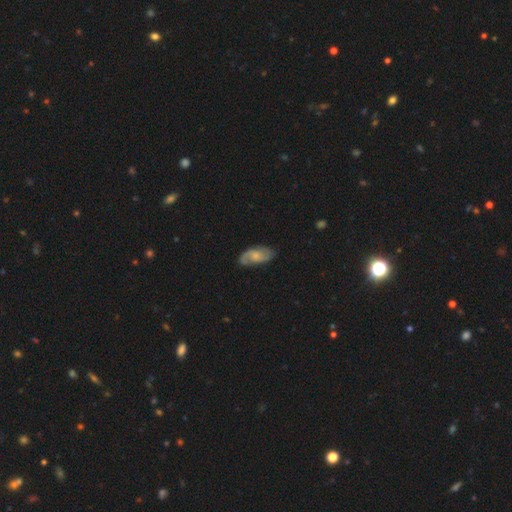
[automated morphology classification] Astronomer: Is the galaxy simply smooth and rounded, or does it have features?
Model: featured or disk — 59% (runner-up: smooth, 35%).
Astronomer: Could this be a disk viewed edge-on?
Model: no — 94%.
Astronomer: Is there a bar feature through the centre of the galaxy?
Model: no — 63%.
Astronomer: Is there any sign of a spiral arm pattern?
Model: yes — 90%.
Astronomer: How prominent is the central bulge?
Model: small — 49% (runner-up: moderate, 33%).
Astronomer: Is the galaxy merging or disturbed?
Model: none — 71%.